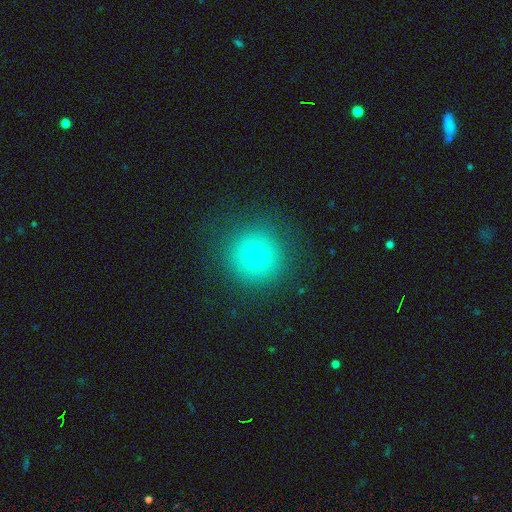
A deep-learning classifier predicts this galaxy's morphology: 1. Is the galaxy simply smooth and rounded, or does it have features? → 70% smooth, 17% star or artifact, 13% featured or disk.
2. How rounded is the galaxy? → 96% round, 3% in between, 1% cigar-shaped.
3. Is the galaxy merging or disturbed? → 88% none, 7% minor disturbance, 4% major disturbance, 1% merger.